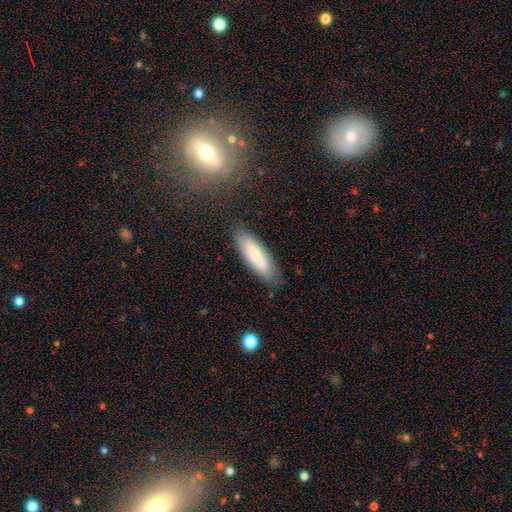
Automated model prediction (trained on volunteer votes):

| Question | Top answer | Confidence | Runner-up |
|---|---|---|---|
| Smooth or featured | smooth | 76% | featured or disk (17%) |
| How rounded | cigar-shaped | 51% | in between (47%) |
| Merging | none | 83% | minor disturbance (12%) |